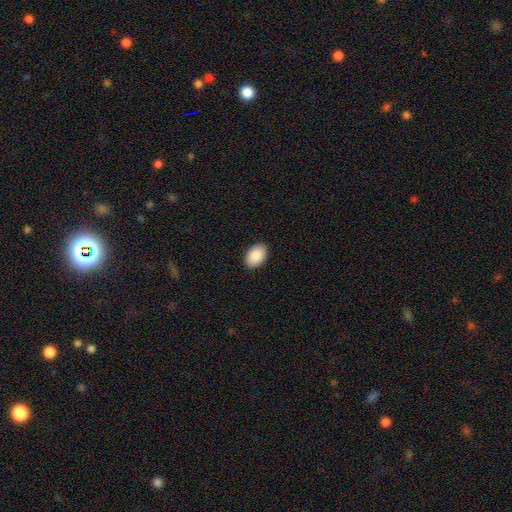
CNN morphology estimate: Smooth or featured: smooth — 90% (star or artifact — 6%)
How rounded: in between — 92% (round — 7%)
Merging: none — 90% (minor disturbance — 7%)